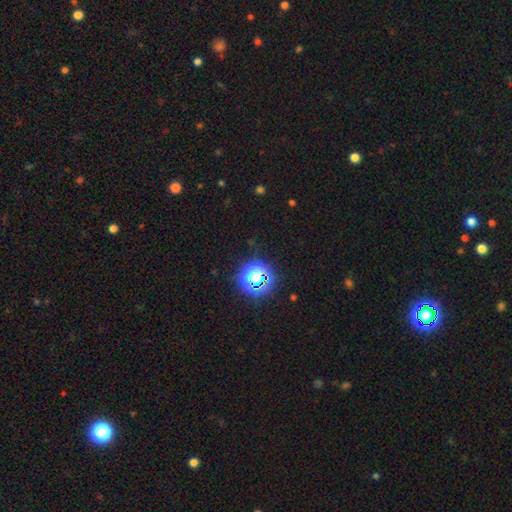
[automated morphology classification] A star or artifact, not a galaxy (76%).